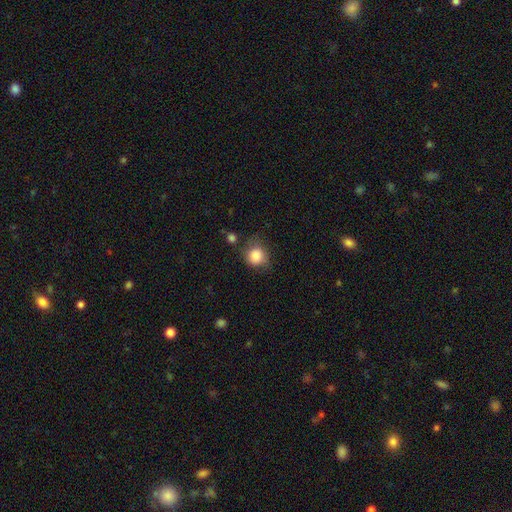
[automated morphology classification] This appears to be a smooth galaxy with no disk features (85%) that is round (79%). Merging: none (63%).